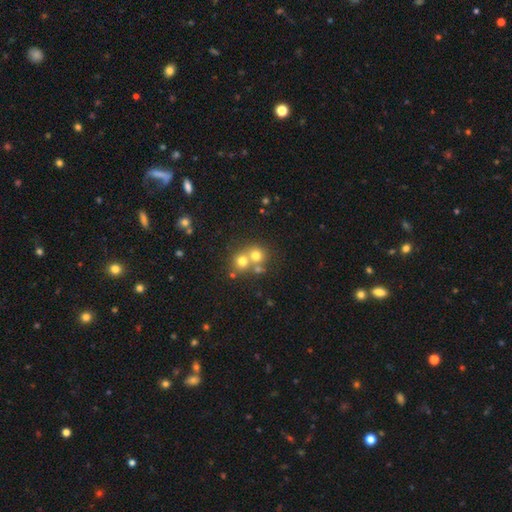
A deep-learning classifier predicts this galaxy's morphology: Smooth or featured? Predicted: smooth (p=0.68). How rounded? Predicted: round (p=0.85). Merging? Predicted: merger (p=0.51).